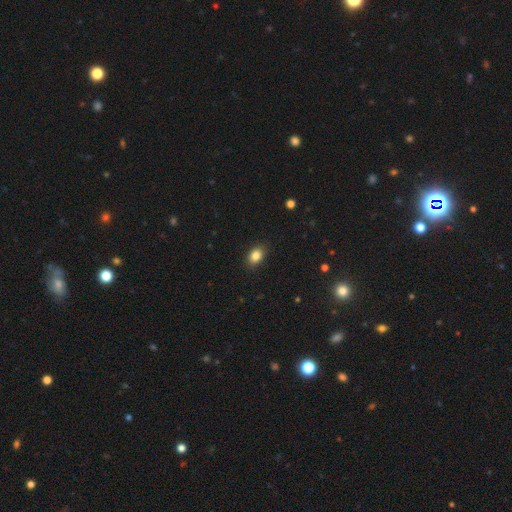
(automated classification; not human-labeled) smooth_or_featured: smooth (p=0.85) [alt: star or artifact p=0.09]
how_rounded: in between (p=0.76) [alt: round p=0.23]
merging: none (p=0.88) [alt: minor disturbance p=0.09]